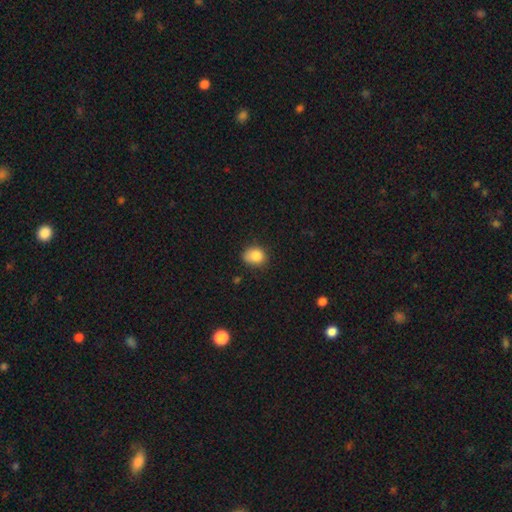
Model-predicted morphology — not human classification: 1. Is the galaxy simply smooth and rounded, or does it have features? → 84% smooth, 10% star or artifact, 6% featured or disk.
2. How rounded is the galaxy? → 58% round, 41% in between, 1% cigar-shaped.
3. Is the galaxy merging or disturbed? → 64% none, 28% minor disturbance, 6% major disturbance, 2% merger.